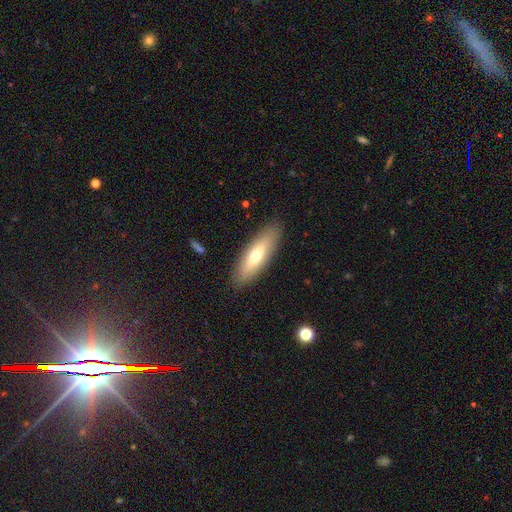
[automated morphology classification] type=smooth (59%); roundness=cigar-shaped (51%); merging=none (89%).